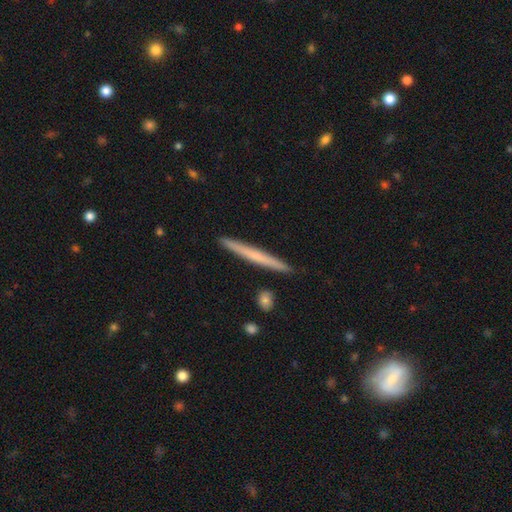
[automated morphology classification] smooth-or-featured: smooth: 49% | featured or disk: 46% | star or artifact: 6%
  merging: none: 91% | minor disturbance: 6% | merger: 2% | major disturbance: 1%